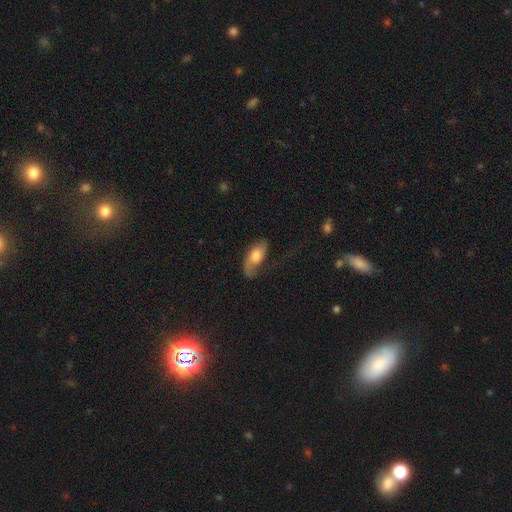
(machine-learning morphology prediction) Smooth or featured: smooth — 50% (featured or disk — 44%)
Merging: none — 43% (major disturbance — 29%)